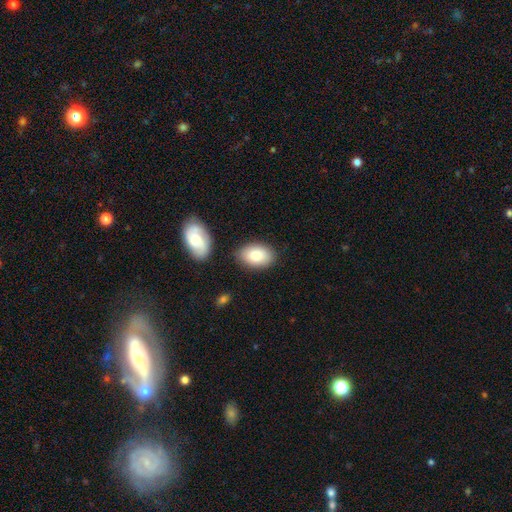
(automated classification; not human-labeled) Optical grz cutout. It shows a smooth galaxy with no disk features (80%) that is in between round and cigar-shaped (87%). Merging: none (81%).